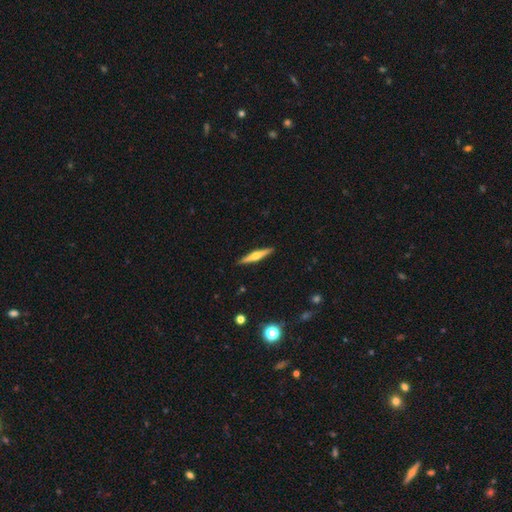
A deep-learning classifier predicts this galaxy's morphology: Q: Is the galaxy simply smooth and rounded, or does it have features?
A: featured or disk — 64%.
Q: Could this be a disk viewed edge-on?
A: yes — 97%.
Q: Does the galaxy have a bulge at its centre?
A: rounded — 91%.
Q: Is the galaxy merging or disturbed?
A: none — 91%.